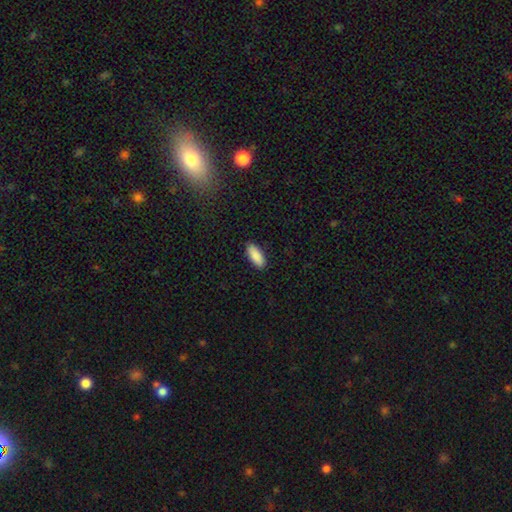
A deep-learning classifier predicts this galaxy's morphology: This appears to be a smooth galaxy with no disk features (89%) that is in between round and cigar-shaped (80%). Merging: none (88%).